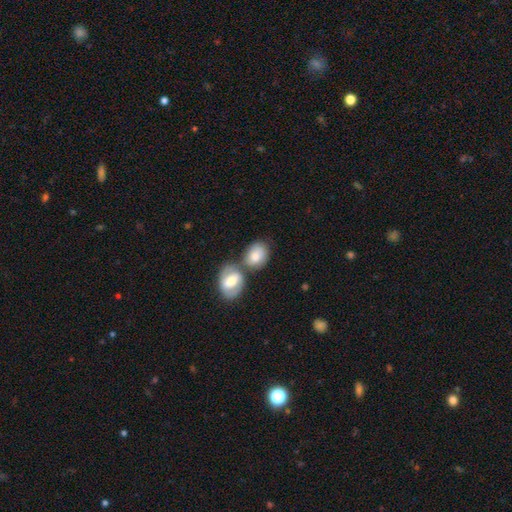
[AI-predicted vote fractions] A smooth galaxy with no disk features (76%) that is in between round and cigar-shaped (63%). Merging: merger (47%).